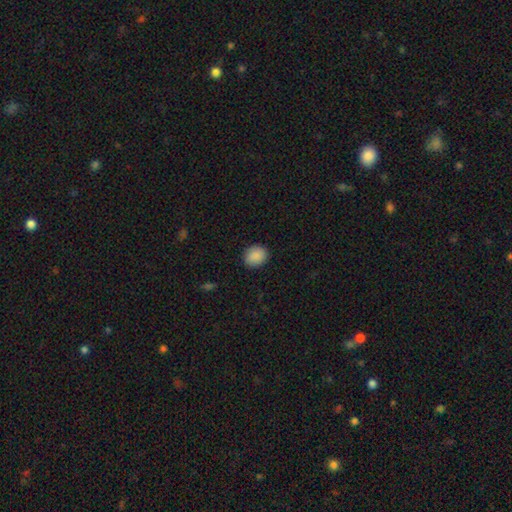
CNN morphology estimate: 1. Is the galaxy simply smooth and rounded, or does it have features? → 90% smooth, 7% star or artifact, 3% featured or disk.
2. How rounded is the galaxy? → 63% round, 36% in between, 1% cigar-shaped.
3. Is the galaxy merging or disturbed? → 89% none, 8% minor disturbance, 2% major disturbance, 1% merger.